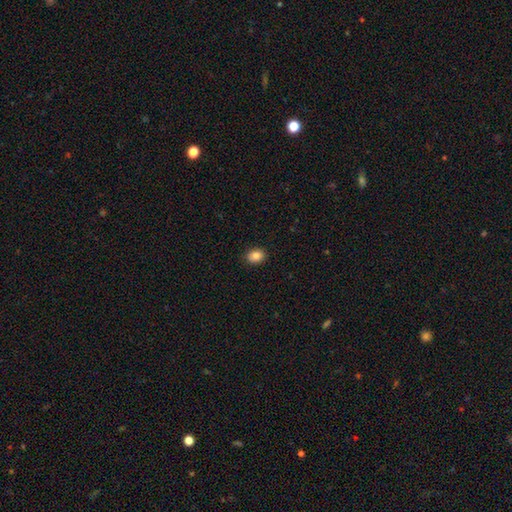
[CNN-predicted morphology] Overall: smooth (86%). How rounded: in between (58%; round 41%). Merging: none (89%).